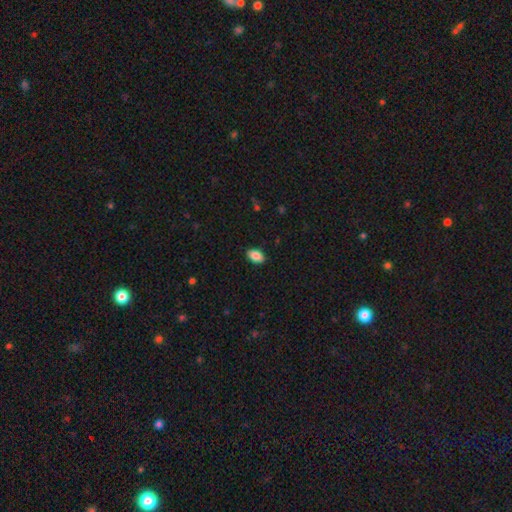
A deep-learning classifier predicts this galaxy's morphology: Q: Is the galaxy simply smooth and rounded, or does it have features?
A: smooth — 88%.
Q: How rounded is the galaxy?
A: in between — 91%.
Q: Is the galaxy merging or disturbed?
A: none — 89%.